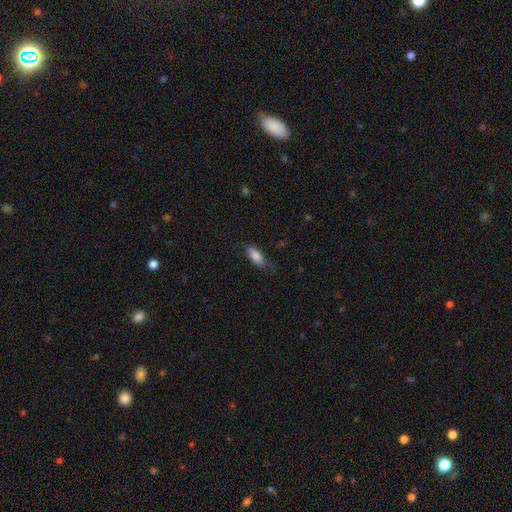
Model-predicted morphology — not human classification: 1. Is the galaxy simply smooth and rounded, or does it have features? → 82% smooth, 11% featured or disk, 7% star or artifact.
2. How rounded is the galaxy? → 73% in between, 24% cigar-shaped, 2% round.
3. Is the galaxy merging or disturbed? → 59% none, 31% minor disturbance, 9% major disturbance, 1% merger.